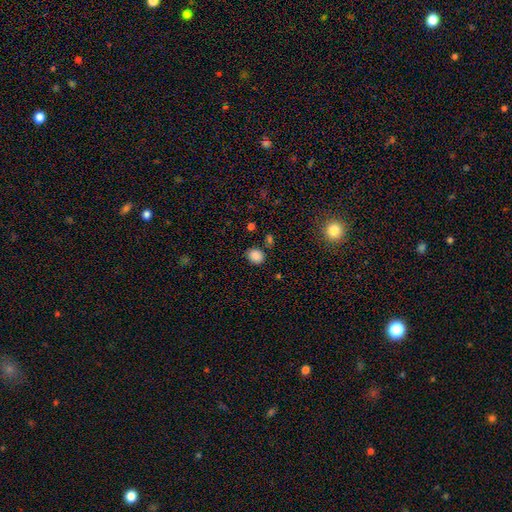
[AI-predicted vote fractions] Overall: smooth (86%). How rounded: round (57%; in between 43%). Merging: none (80%).